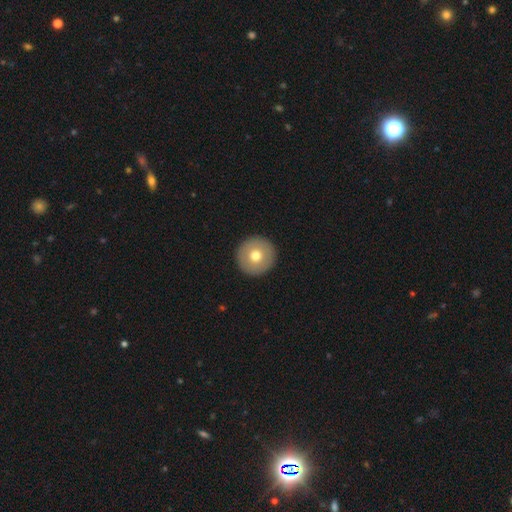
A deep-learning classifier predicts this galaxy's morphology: Overall: smooth (69%). How rounded: round (96%). Merging: none (93%).